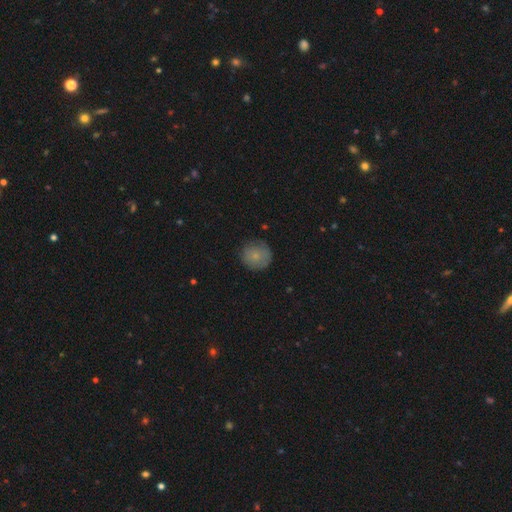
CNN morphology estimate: Smooth or featured? smooth (79%)
How rounded? round (93%)
Merging? none (78%)